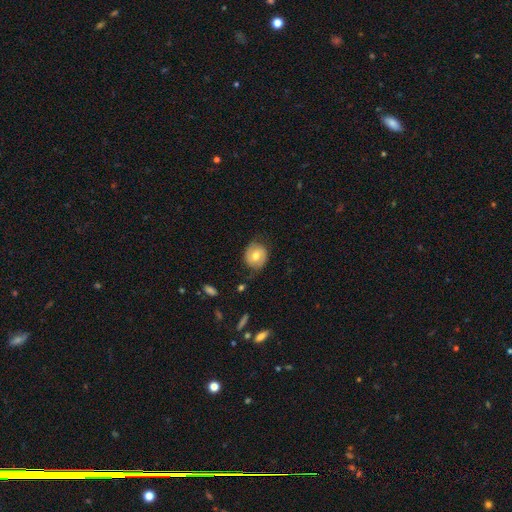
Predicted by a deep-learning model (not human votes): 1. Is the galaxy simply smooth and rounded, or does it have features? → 46% featured or disk (tied), 46% smooth (tied), 8% star or artifact.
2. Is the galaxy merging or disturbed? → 72% none, 20% minor disturbance, 7% major disturbance, 1% merger.